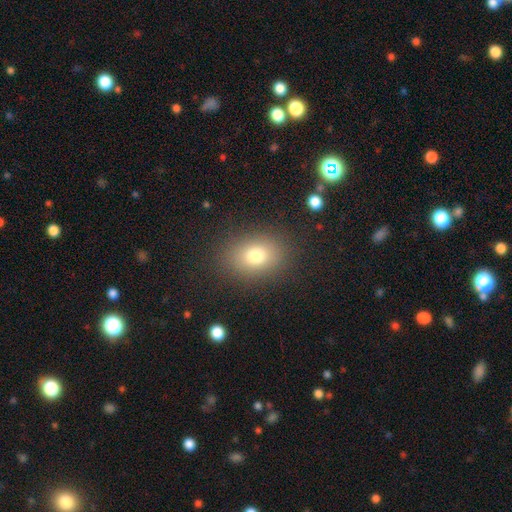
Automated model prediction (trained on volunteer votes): Smooth or featured?
  - smooth: 77% *
  - star or artifact: 13%
  - featured or disk: 10%
How rounded?
  - in between: 64% *
  - round: 35%
  - cigar-shaped: 1%
Merging?
  - none: 85% *
  - minor disturbance: 9%
  - major disturbance: 4%
  - merger: 1%